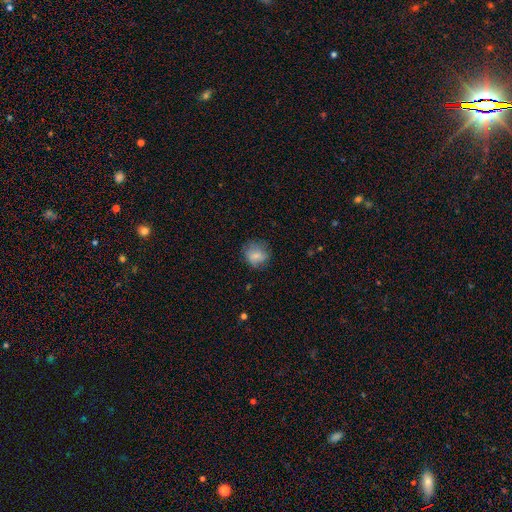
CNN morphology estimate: A smooth galaxy with no disk features (76%) that is round (73%). Merging: none (69%).